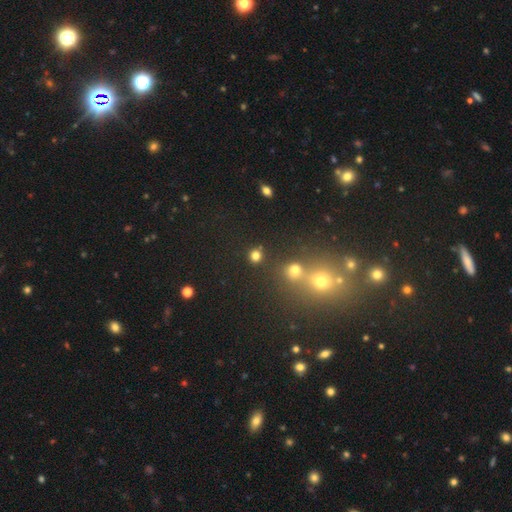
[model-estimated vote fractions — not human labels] smooth 77%, star or artifact 18%, featured or disk 5%. Down the decision tree: how rounded — round (85%); merging — none (82%).